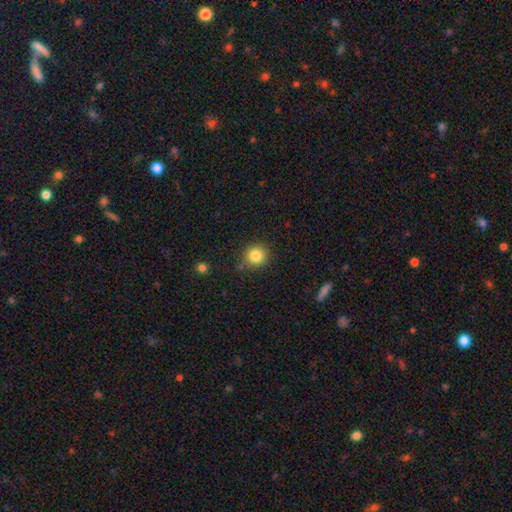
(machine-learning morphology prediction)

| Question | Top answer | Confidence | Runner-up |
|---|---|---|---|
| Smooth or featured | smooth | 84% | star or artifact (11%) |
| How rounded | round | 90% | in between (9%) |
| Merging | none | 86% | minor disturbance (9%) |